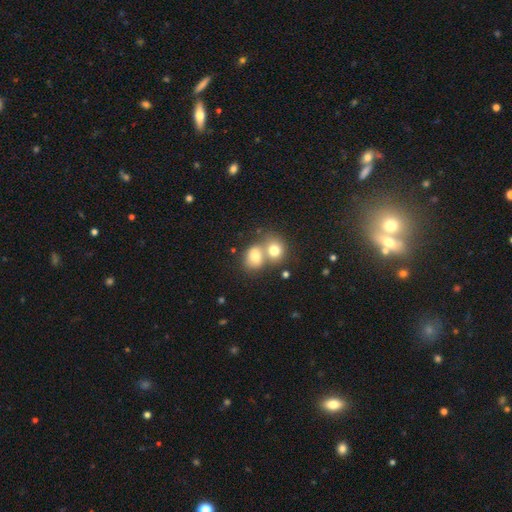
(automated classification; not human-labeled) The model was most divided on "how rounded": round: 56%, in between: 43%, cigar-shaped: 1%. More confident: smooth or featured — smooth (74%); merging — merger (60%).